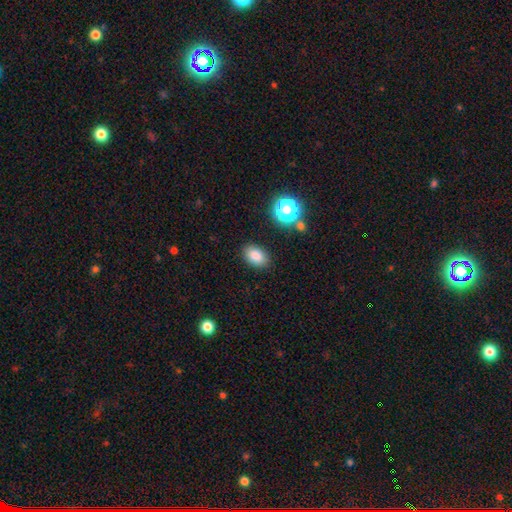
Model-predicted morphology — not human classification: This is clearly a smooth galaxy (83%). How rounded: clearly in between (84%). Merging: clearly none (85%).